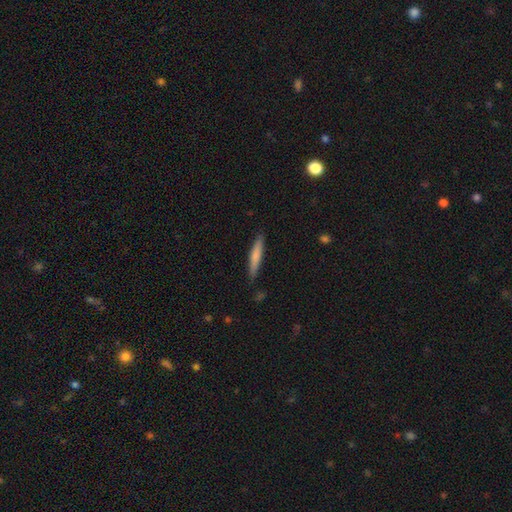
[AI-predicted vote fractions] Smooth or featured?
  - smooth: 72% *
  - featured or disk: 22%
  - star or artifact: 6%
How rounded?
  - cigar-shaped: 91% *
  - in between: 7%
  - round: 1%
Merging?
  - none: 87% *
  - minor disturbance: 10%
  - major disturbance: 2%
  - merger: 1%